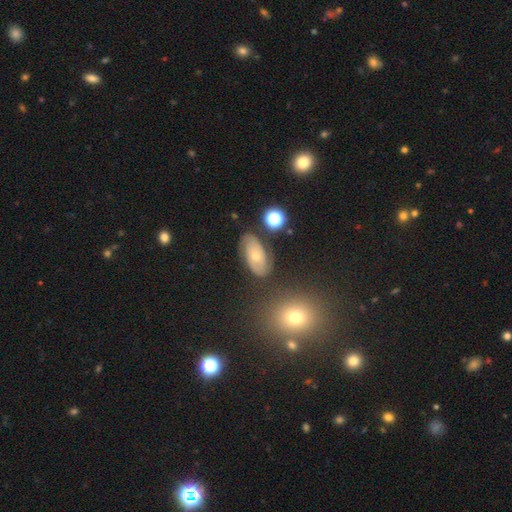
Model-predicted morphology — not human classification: A featured or disk galaxy (51%).

Vote fractions:
- Smooth or featured? featured or disk: 51% / smooth: 37% / star or artifact: 12%
- Edge-on disk? no: 92% / yes: 8%
- Merging? none: 76% / minor disturbance: 16% / major disturbance: 5% / merger: 4%